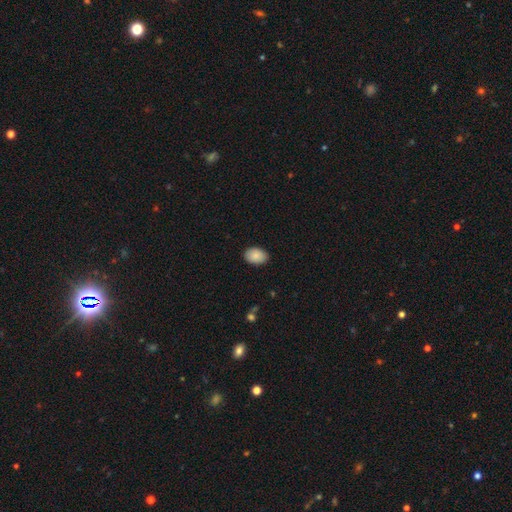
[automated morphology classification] type=smooth (88%); roundness=in between (83%); merging=none (87%).